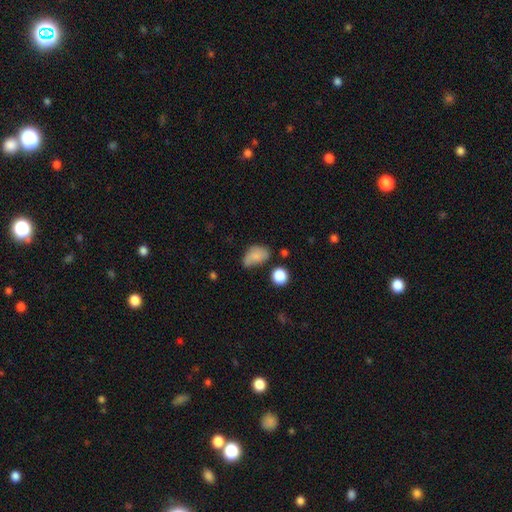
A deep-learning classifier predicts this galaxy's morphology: type=smooth (76%); roundness=in between (83%); merging=none (40%).